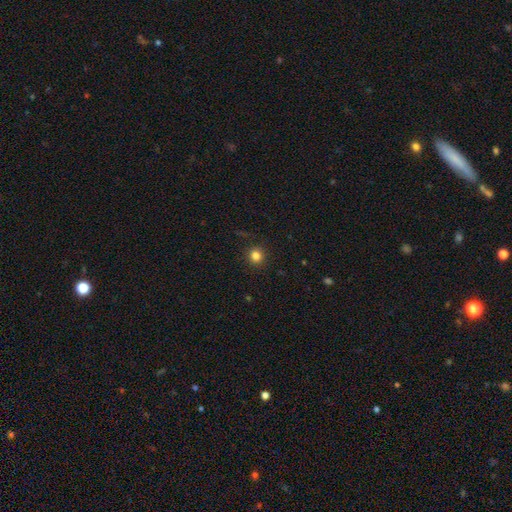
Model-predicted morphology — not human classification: This is clearly a smooth galaxy (82%). How rounded: clearly round (93%). Merging: clearly none (92%).